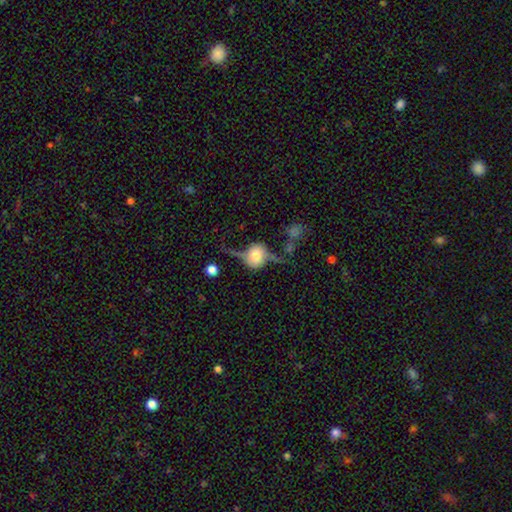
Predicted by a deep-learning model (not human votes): A featured or disk galaxy (68%) viewed edge-on (68%). Merging: none (57%).